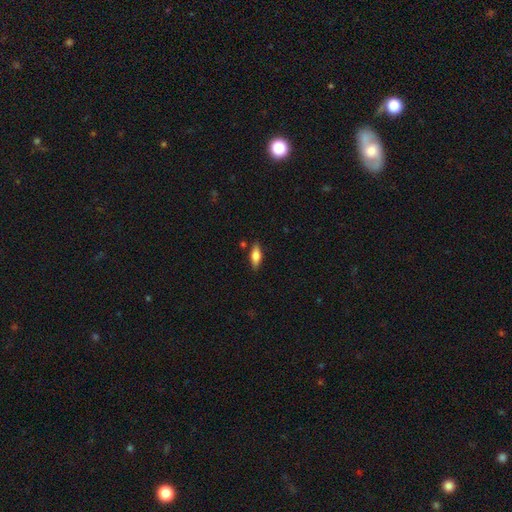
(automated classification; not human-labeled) The model was most divided on "smooth or featured": smooth: 64%, featured or disk: 29%, star or artifact: 7%. More confident: merging — none (83%); how rounded — in between (68%).